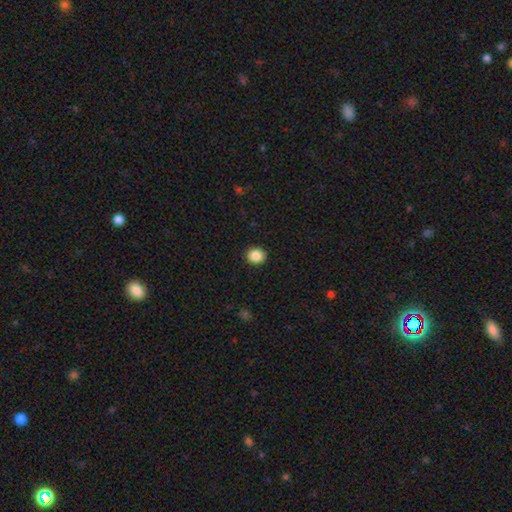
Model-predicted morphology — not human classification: Smooth or featured?
  - smooth: 87% *
  - star or artifact: 9%
  - featured or disk: 4%
How rounded?
  - round: 78% *
  - in between: 21%
  - cigar-shaped: 1%
Merging?
  - none: 92% *
  - minor disturbance: 5%
  - major disturbance: 2%
  - merger: 1%